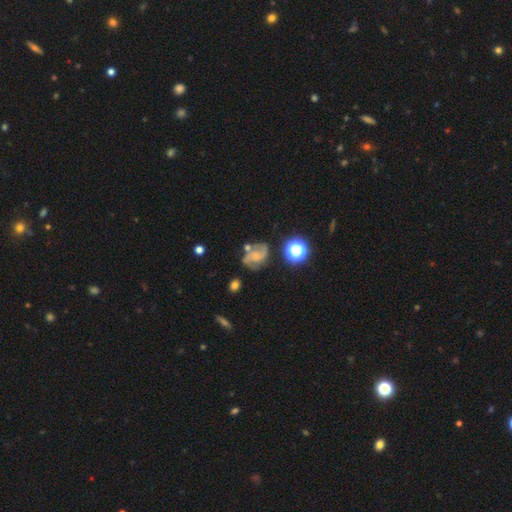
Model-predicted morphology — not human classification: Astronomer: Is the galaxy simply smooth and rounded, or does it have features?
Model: featured or disk — 66%.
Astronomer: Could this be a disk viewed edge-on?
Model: no — 97%.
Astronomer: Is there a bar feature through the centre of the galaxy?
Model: no — 59%.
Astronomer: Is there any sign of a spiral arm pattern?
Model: yes — 89%.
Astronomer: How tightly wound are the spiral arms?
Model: medium — 49% (runner-up: loose, 30%).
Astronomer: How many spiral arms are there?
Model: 2 — 72%.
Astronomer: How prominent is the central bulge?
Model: small — 48% (runner-up: moderate, 26%).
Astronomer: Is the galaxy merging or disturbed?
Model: none — 53%.